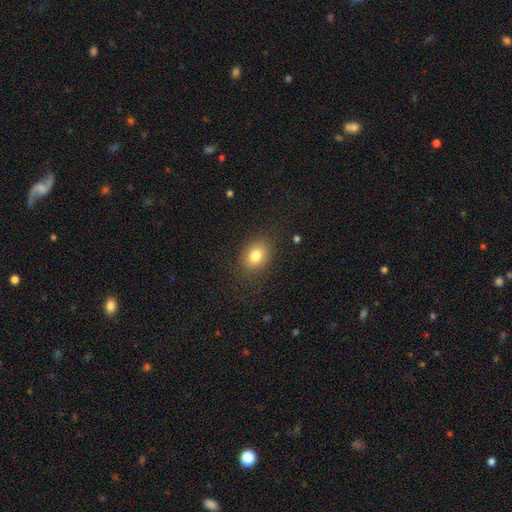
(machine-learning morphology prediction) The model was most divided on "how rounded": in between: 64%, round: 35%, cigar-shaped: 1%. More confident: merging — none (83%); smooth or featured — smooth (80%).